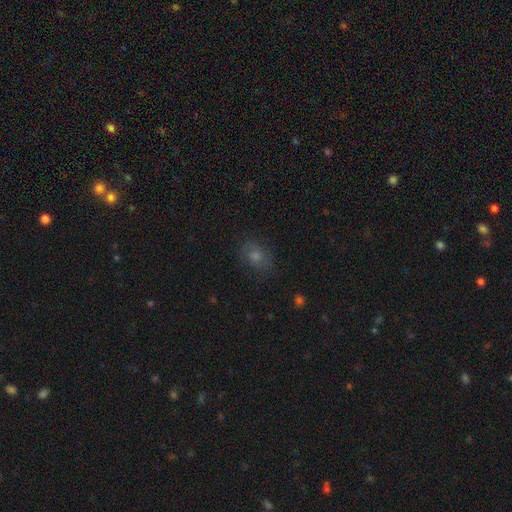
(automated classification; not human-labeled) Smooth or featured? smooth (55%)
How rounded? in between (57%)
Merging? none (80%)